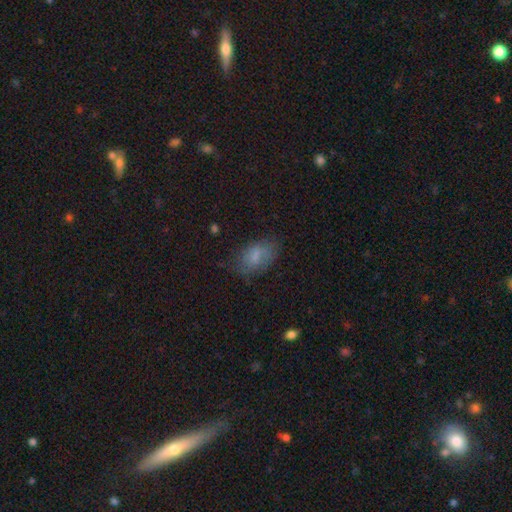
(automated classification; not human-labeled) smooth_or_featured: smooth (p=0.72) [alt: featured or disk p=0.19]
how_rounded: in between (p=0.90) [alt: round p=0.07]
merging: none (p=0.65) [alt: minor disturbance p=0.24]